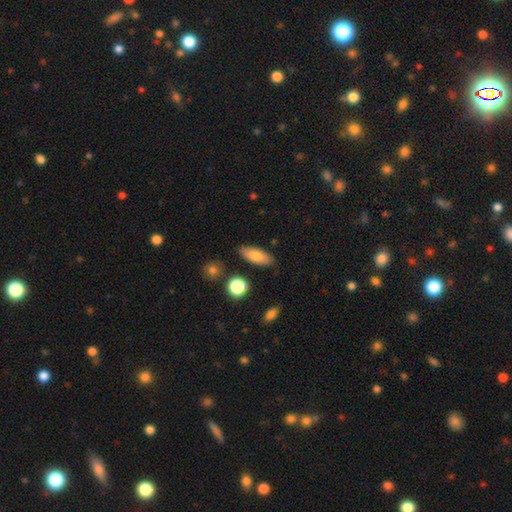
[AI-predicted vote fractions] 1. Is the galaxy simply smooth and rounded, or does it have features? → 80% smooth, 12% featured or disk, 7% star or artifact.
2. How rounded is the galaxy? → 82% in between, 15% cigar-shaped, 3% round.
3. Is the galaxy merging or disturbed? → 84% none, 11% minor disturbance, 3% merger, 2% major disturbance.